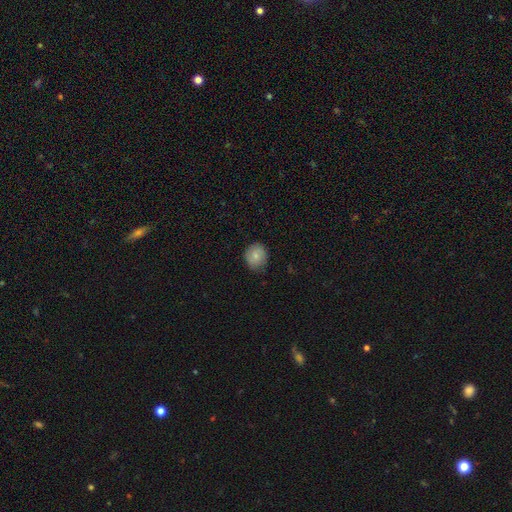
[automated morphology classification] A smooth galaxy with no disk features (82%) that is round (75%).

Vote fractions:
- Smooth or featured? smooth: 82% / featured or disk: 10% / star or artifact: 8%
- How rounded? round: 75% / in between: 24% / cigar-shaped: 1%
- Merging? none: 78% / minor disturbance: 18% / major disturbance: 3% / merger: 1%